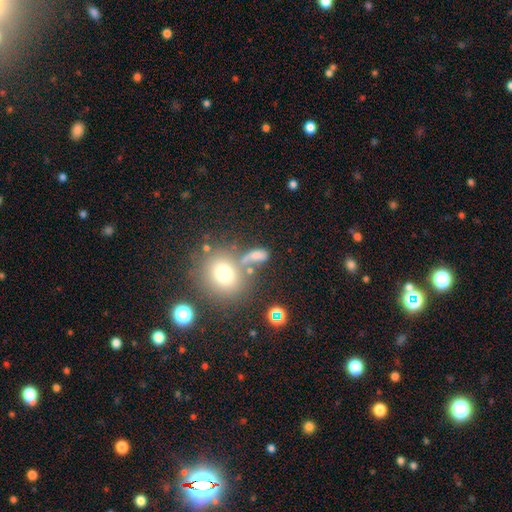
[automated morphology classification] Smooth or featured?
  - smooth: 66% *
  - star or artifact: 20%
  - featured or disk: 14%
How rounded?
  - in between: 58% *
  - round: 30%
  - cigar-shaped: 12%
Merging?
  - none: 44% *
  - merger: 27%
  - minor disturbance: 15%
  - major disturbance: 13%